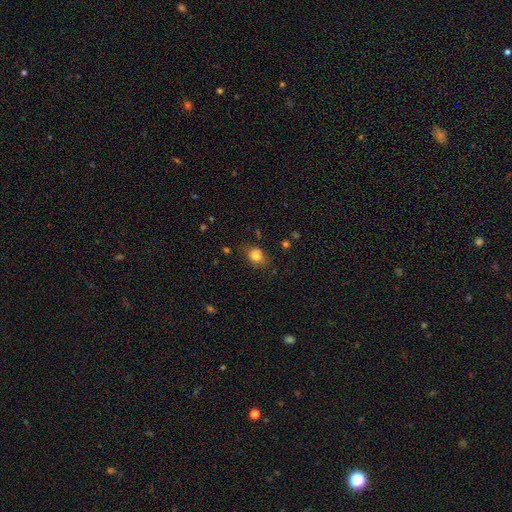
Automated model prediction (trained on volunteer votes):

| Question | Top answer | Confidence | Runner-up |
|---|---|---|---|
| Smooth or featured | smooth | 80% | star or artifact (11%) |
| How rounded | in between | 50% | round (49%) |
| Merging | none | 70% | minor disturbance (21%) |